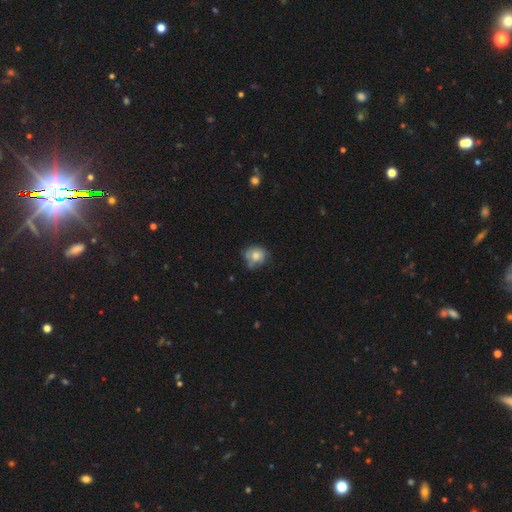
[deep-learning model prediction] smooth_or_featured: smooth (p=0.73) [alt: featured or disk p=0.18]
how_rounded: round (p=0.70) [alt: in between p=0.29]
merging: none (p=0.54) [alt: minor disturbance p=0.30]